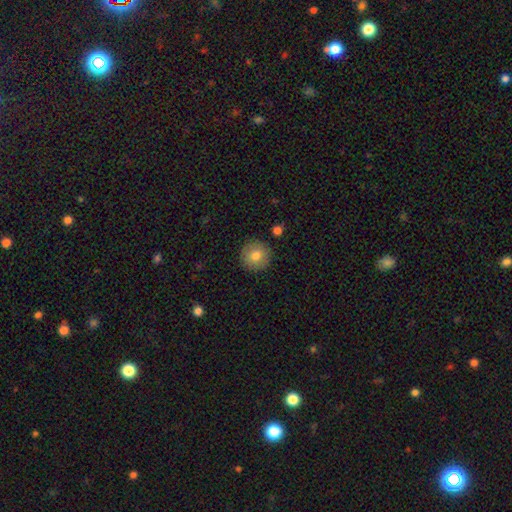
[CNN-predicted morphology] Overall: smooth (79%). How rounded: round (95%). Merging: none (90%).